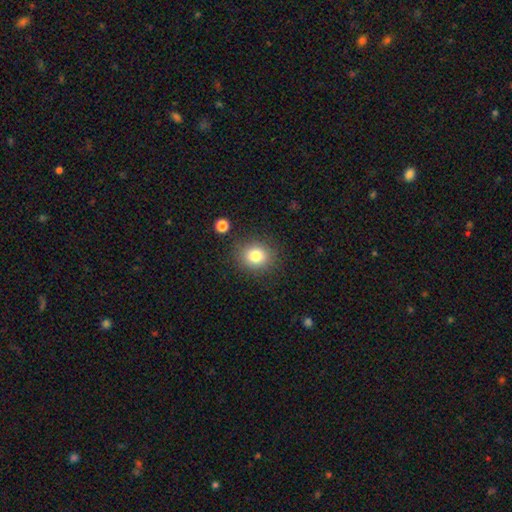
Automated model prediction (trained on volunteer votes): This is clearly a smooth galaxy (81%). How rounded: likely round (75%). Merging: clearly none (84%).